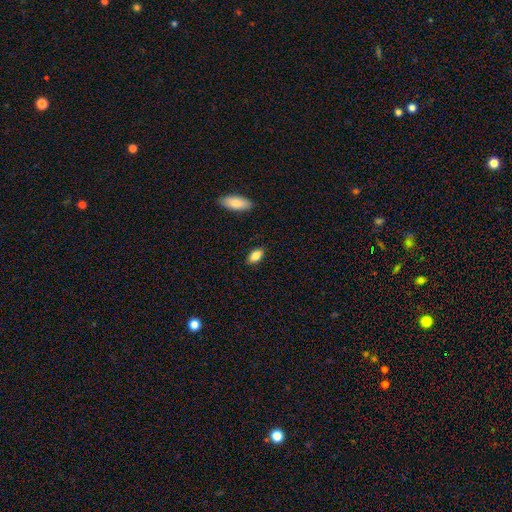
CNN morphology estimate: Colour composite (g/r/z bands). It shows a smooth galaxy with no disk features (84%) that is in between round and cigar-shaped (90%). Merging: none (87%).